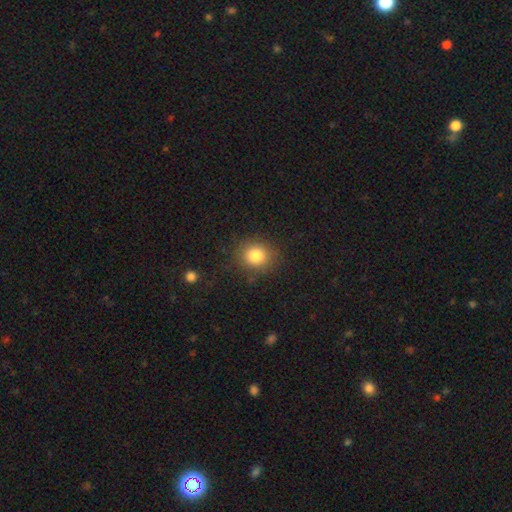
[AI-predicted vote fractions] A smooth galaxy with no disk features (83%) that is round (76%).

Vote fractions:
- Smooth or featured? smooth: 83% / star or artifact: 11% / featured or disk: 7%
- How rounded? round: 76% / in between: 23% / cigar-shaped: 1%
- Merging? none: 85% / minor disturbance: 10% / major disturbance: 4% / merger: 2%